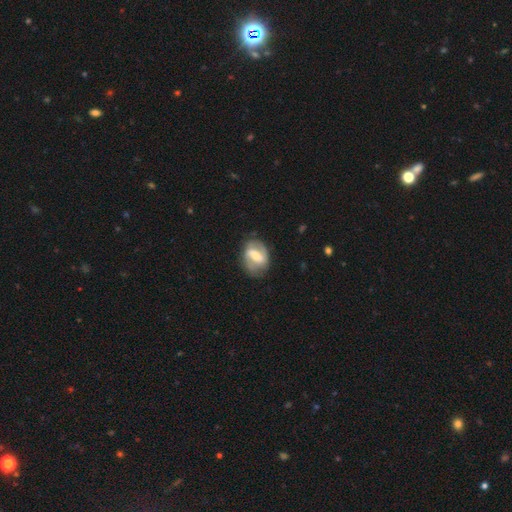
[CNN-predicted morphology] Smooth or featured: featured or disk — 70% (smooth — 24%)
Edge-on disk: no — 95% (yes — 5%)
Bar: strong — 54% (weak — 35%)
Spiral arms: yes — 75% (no — 25%)
Spiral winding: medium — 43% (tight — 30%)
Spiral arm count: 2 — 82% (can't tell — 11%)
Bulge size: moderate — 57% (small — 27%)
Merging: none — 75% (minor disturbance — 17%)